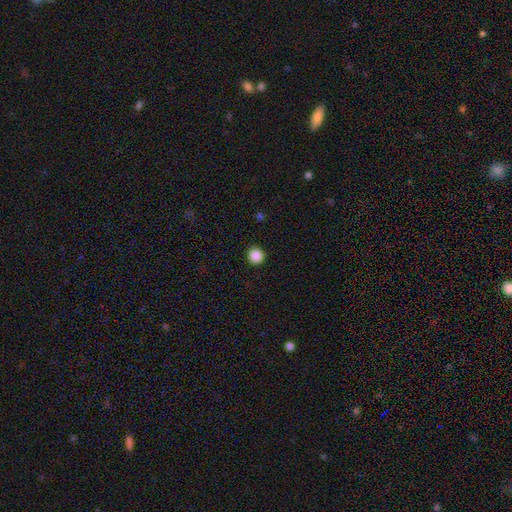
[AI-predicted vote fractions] The model was most divided on "smooth or featured": smooth: 88%, star or artifact: 10%, featured or disk: 2%. More confident: how rounded — round (95%); merging — none (93%).